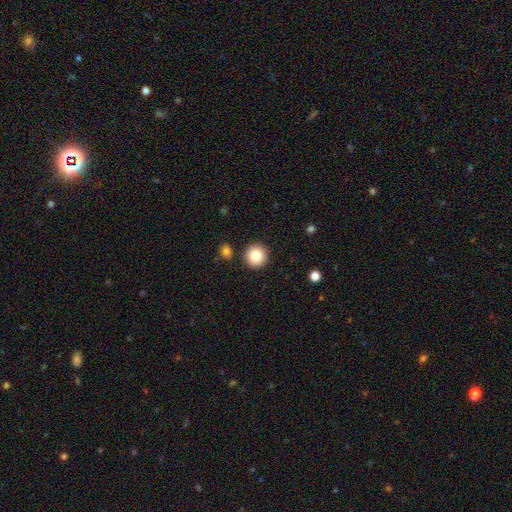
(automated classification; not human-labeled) Overall: smooth (84%). How rounded: round (94%). Merging: none (90%).